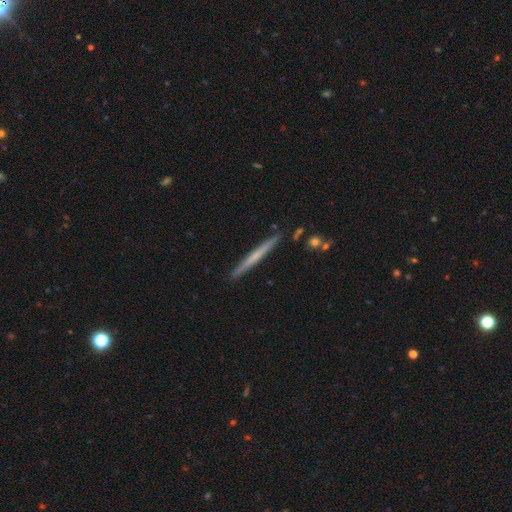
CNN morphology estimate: Smooth or featured?
  - featured or disk: 50% *
  - smooth: 45%
  - star or artifact: 5%
Merging?
  - none: 90% *
  - minor disturbance: 7%
  - merger: 2%
  - major disturbance: 1%